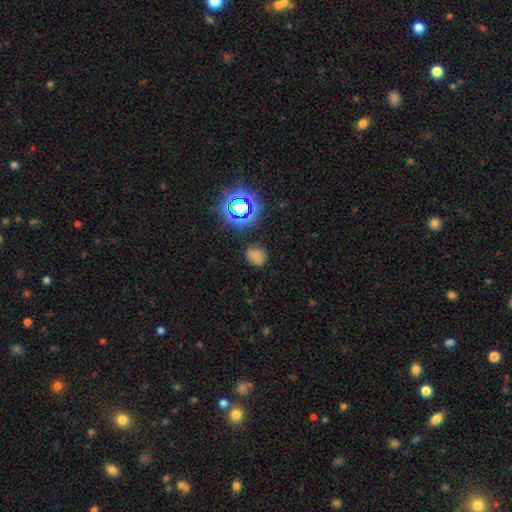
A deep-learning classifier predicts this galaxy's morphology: Smooth or featured?
  - smooth: 66% *
  - star or artifact: 26%
  - featured or disk: 8%
How rounded?
  - round: 58% *
  - in between: 41%
  - cigar-shaped: 1%
Merging?
  - none: 77% *
  - minor disturbance: 15%
  - major disturbance: 5%
  - merger: 3%